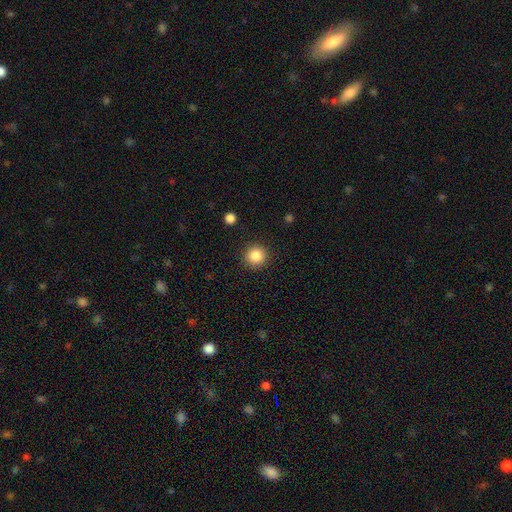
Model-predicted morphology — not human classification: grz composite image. It shows a smooth galaxy with no disk features (86%) that is round (95%). Merging: none (91%).